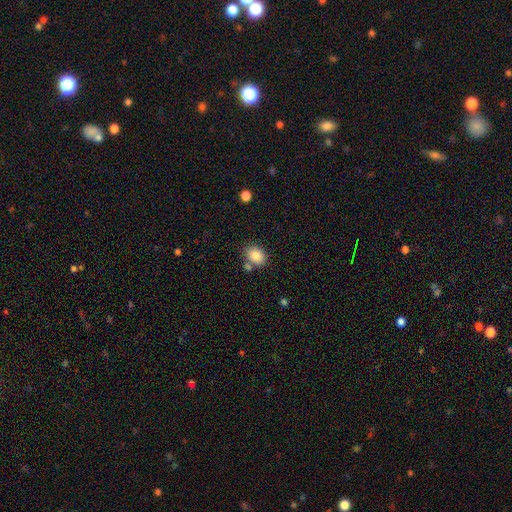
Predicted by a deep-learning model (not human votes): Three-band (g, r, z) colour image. It shows a smooth galaxy with no disk features (86%) that is in between round and cigar-shaped (65%). Merging: none (67%).